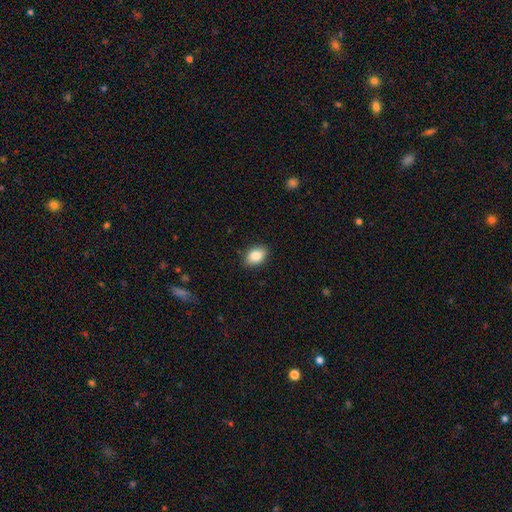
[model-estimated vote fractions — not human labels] Smooth or featured? smooth (87%)
How rounded? in between (84%)
Merging? none (88%)